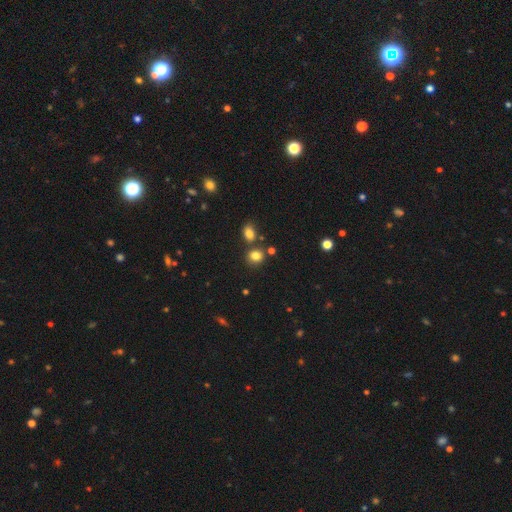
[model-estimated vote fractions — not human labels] A smooth galaxy with no disk features (81%) that is round (73%).

Vote fractions:
- Smooth or featured? smooth: 81% / star or artifact: 13% / featured or disk: 6%
- How rounded? round: 73% / in between: 26% / cigar-shaped: 1%
- Merging? none: 72% / merger: 14% / minor disturbance: 10% / major disturbance: 3%